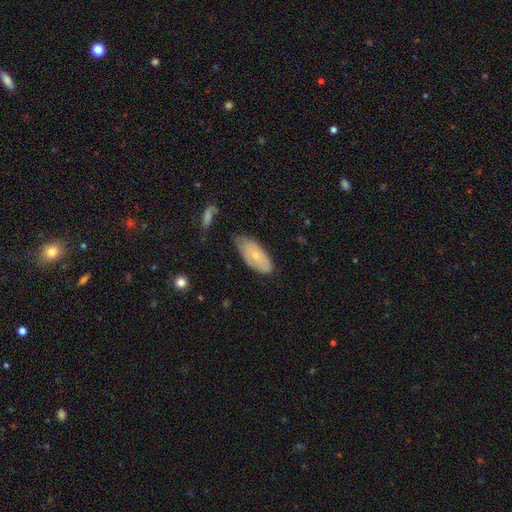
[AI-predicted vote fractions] Smooth or featured? Predicted: smooth (p=0.60). How rounded? Predicted: in between (p=0.88). Merging? Predicted: none (p=0.60).